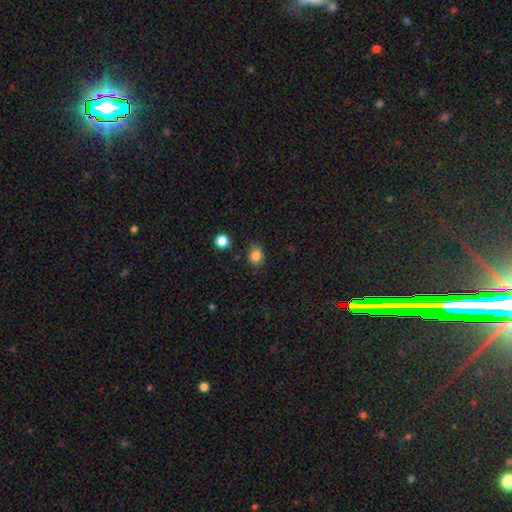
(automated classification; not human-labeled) smooth 83%, star or artifact 11%, featured or disk 6%. Down the decision tree: how rounded — in between (50%); merging — none (77%).